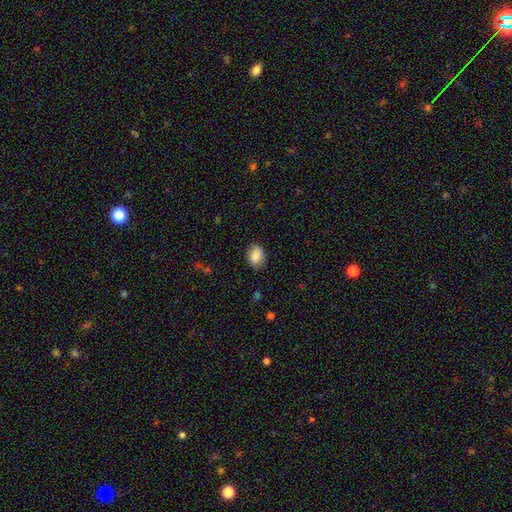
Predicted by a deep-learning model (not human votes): smooth 88%, star or artifact 7%, featured or disk 5%. Down the decision tree: how rounded — in between (68%); merging — none (82%).